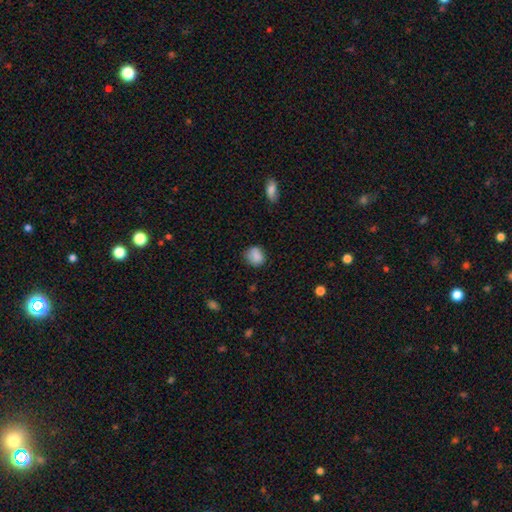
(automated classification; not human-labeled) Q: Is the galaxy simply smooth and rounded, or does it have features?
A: smooth — 85%.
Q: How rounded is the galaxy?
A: round — 63%.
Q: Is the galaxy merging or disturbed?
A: none — 72%.